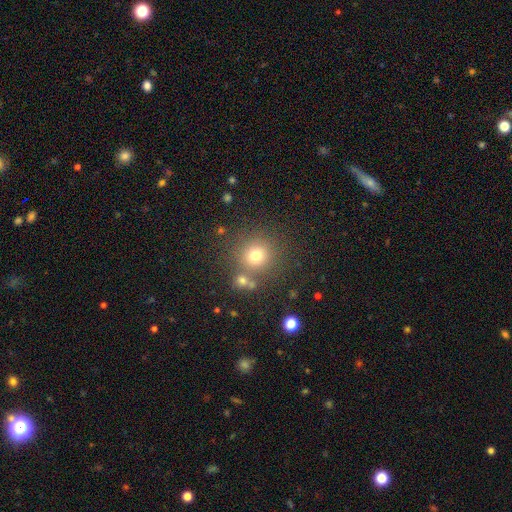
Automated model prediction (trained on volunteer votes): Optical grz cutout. It shows a smooth galaxy with no disk features (74%) that is round (91%). Merging: none (76%).